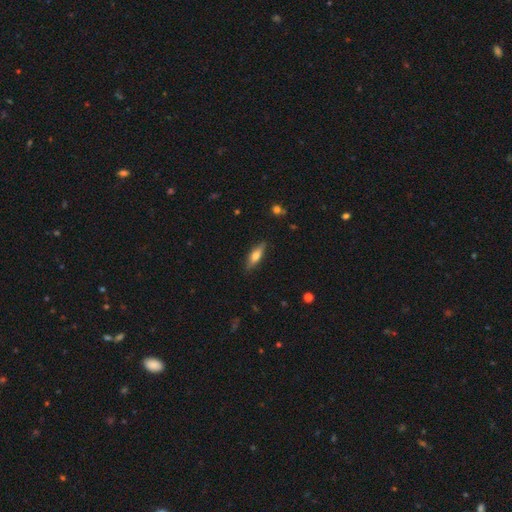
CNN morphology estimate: Smooth or featured?
  - smooth: 53% *
  - featured or disk: 40%
  - star or artifact: 6%
How rounded?
  - cigar-shaped: 57% *
  - in between: 40%
  - round: 2%
Merging?
  - none: 86% *
  - minor disturbance: 11%
  - major disturbance: 2%
  - merger: 1%